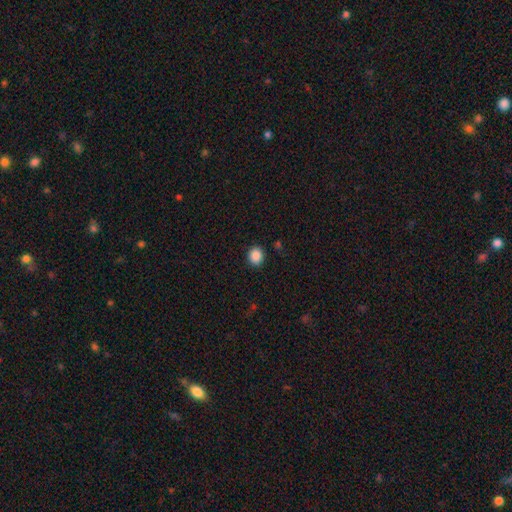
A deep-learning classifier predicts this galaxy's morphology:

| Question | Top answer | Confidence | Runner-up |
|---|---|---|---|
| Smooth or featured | smooth | 88% | star or artifact (9%) |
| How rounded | round | 75% | in between (24%) |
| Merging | none | 89% | minor disturbance (7%) |